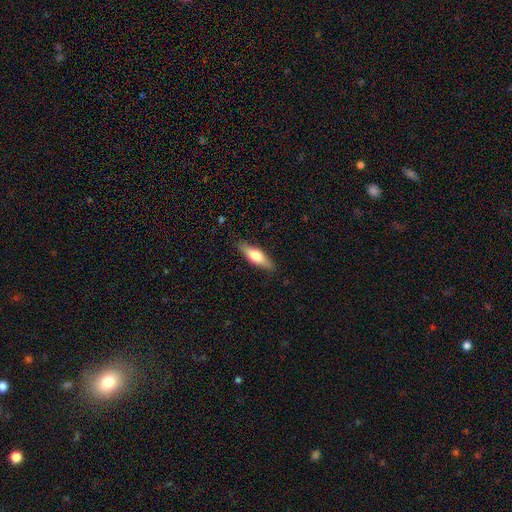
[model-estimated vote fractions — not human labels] smooth_or_featured: smooth (p=0.54) [alt: featured or disk p=0.40]
how_rounded: cigar-shaped (p=0.52) [alt: in between p=0.46]
merging: none (p=0.87) [alt: minor disturbance p=0.10]